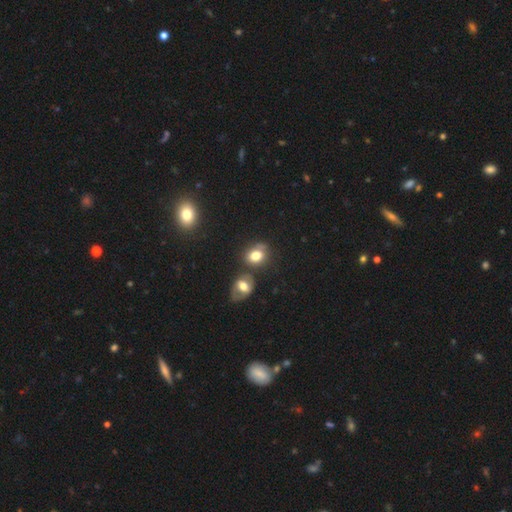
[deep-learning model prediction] This is likely a smooth galaxy (75%). How rounded: possibly round (50%). Merging: possibly none (52%).